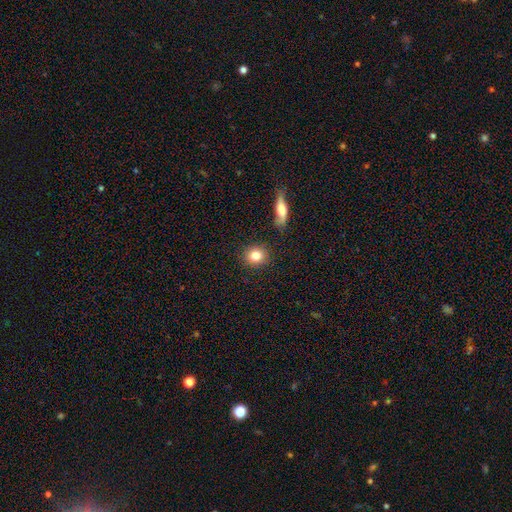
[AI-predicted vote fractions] Q: Smooth or featured?
A: smooth (83%); runner-up: featured or disk (9%)
Q: How rounded?
A: round (82%); runner-up: in between (16%)
Q: Merging?
A: none (88%); runner-up: minor disturbance (7%)